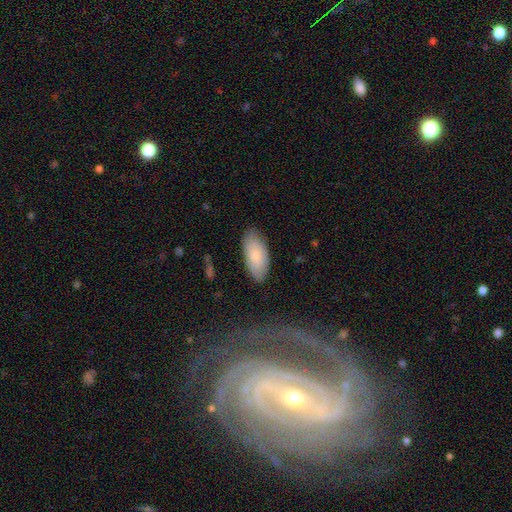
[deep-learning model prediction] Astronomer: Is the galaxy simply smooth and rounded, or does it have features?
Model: smooth — 77%.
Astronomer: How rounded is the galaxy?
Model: in between — 93%.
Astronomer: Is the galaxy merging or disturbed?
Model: none — 81%.